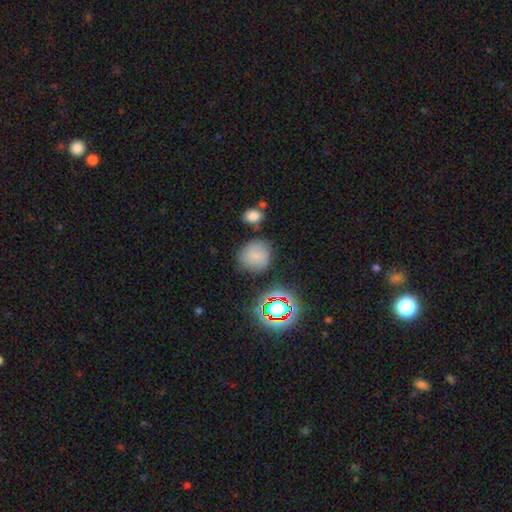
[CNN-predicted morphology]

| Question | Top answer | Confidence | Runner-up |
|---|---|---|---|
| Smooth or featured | smooth | 73% | star or artifact (15%) |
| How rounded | round | 86% | in between (13%) |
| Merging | none | 75% | minor disturbance (14%) |